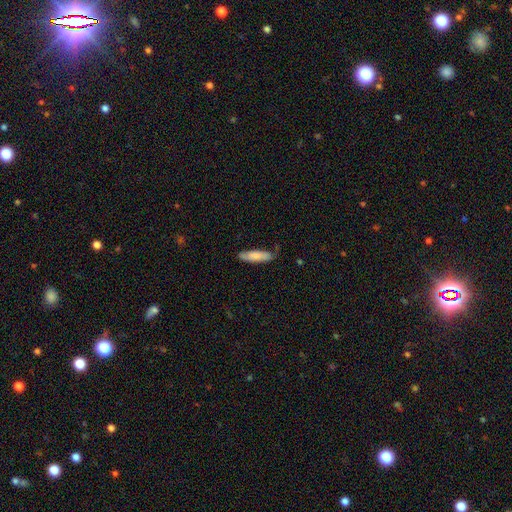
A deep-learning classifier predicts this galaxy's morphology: The model was most divided on "how rounded": cigar-shaped: 68%, in between: 30%, round: 1%. More confident: smooth or featured — smooth (78%); merging — none (76%).